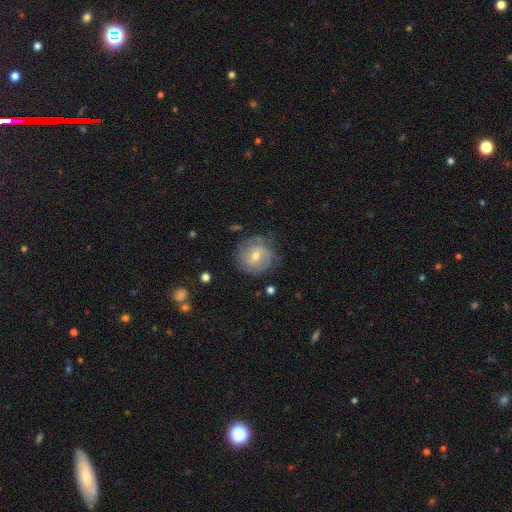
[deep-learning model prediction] Overall: featured or disk (55%; smooth 36%). Edge-on disk: no (96%). Bar: weak (47%; no 41%). Spiral arms: yes (74%). Bulge size: moderate (54%; small 42%). Merging: none (75%).